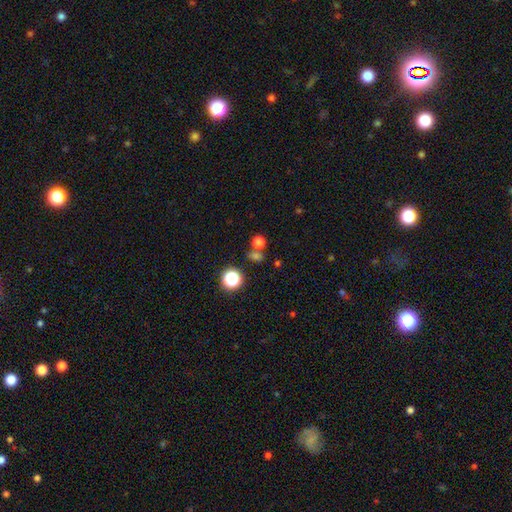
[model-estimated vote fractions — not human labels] Morphology: type=smooth (64%); roundness=round (76%); merging=none (62%).